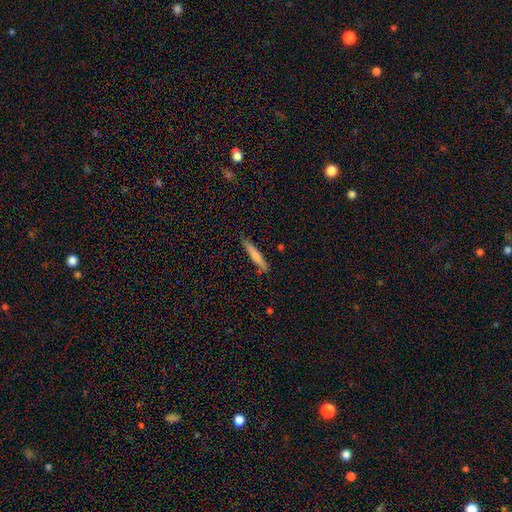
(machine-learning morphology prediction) Q: Smooth or featured?
A: smooth (64%); runner-up: featured or disk (30%)
Q: How rounded?
A: cigar-shaped (93%); runner-up: in between (6%)
Q: Merging?
A: none (86%); runner-up: minor disturbance (11%)